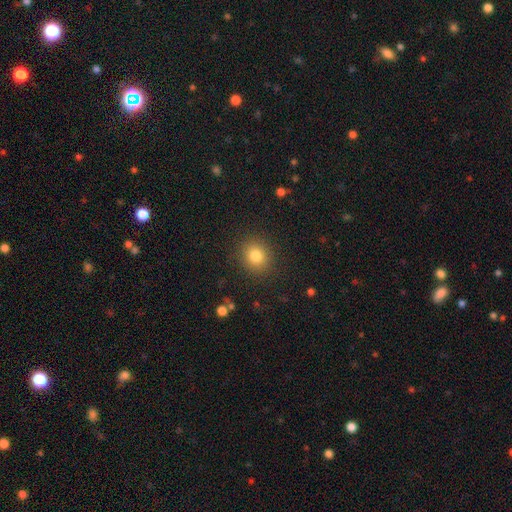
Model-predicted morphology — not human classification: Overall: smooth (81%). How rounded: round (83%). Merging: none (89%).